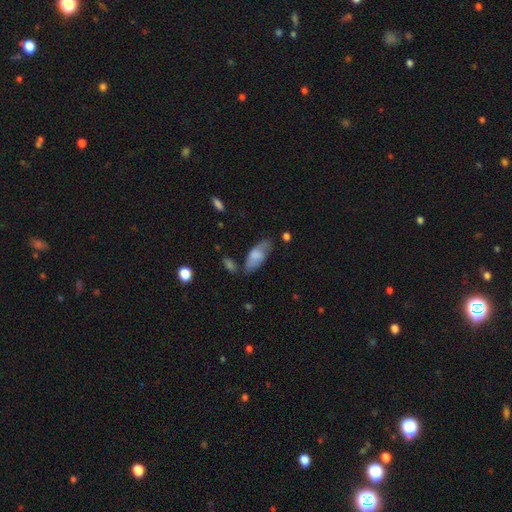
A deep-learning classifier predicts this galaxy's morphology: type=smooth (65%); roundness=in between (86%); merging=none (62%).